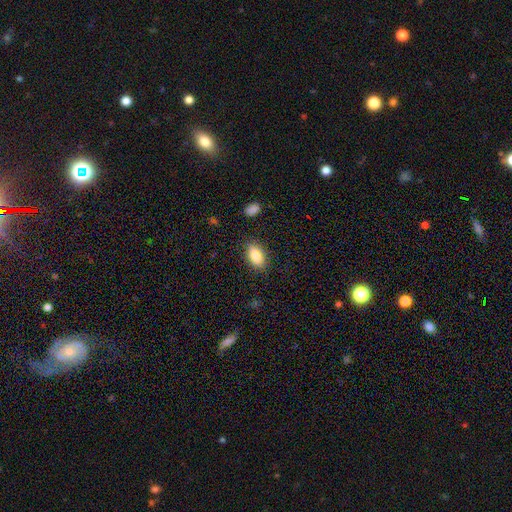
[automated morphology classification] The model was most divided on "merging": none: 86%, minor disturbance: 10%, major disturbance: 3%, merger: 1%. More confident: how rounded — in between (90%); smooth or featured — smooth (84%).